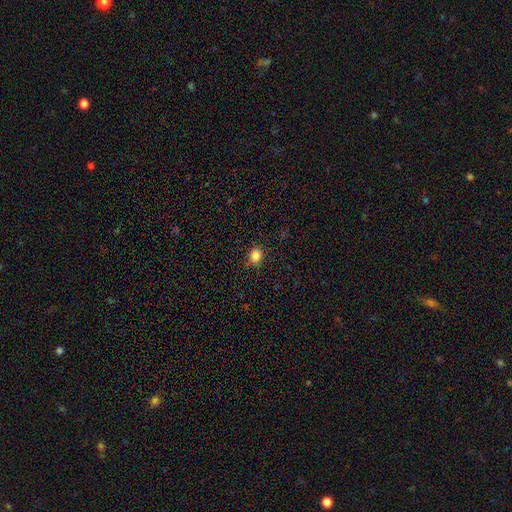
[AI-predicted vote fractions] A smooth galaxy with no disk features (84%) that is round (61%).

Vote fractions:
- Smooth or featured? smooth: 84% / star or artifact: 12% / featured or disk: 4%
- How rounded? round: 61% / in between: 38% / cigar-shaped: 1%
- Merging? none: 87% / minor disturbance: 9% / major disturbance: 2% / merger: 1%